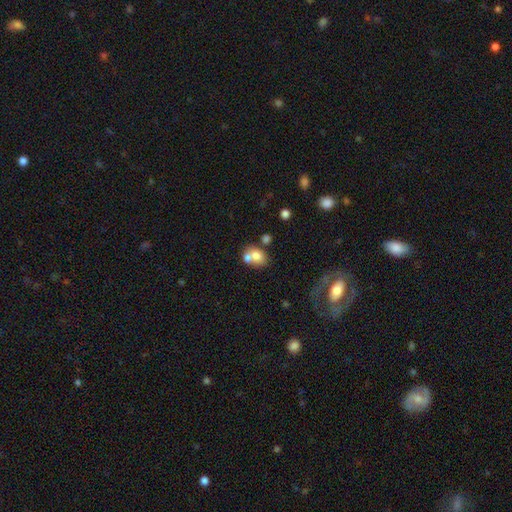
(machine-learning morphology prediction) This appears to be a smooth galaxy with no disk features (72%) that is in between round and cigar-shaped (59%). Merging: merger (47%).